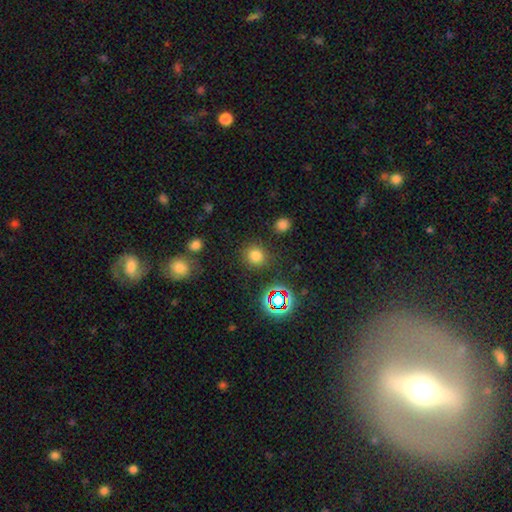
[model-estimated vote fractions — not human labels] The model was most divided on "smooth or featured": smooth: 74%, star or artifact: 20%, featured or disk: 6%. More confident: how rounded — round (87%); merging — none (86%).